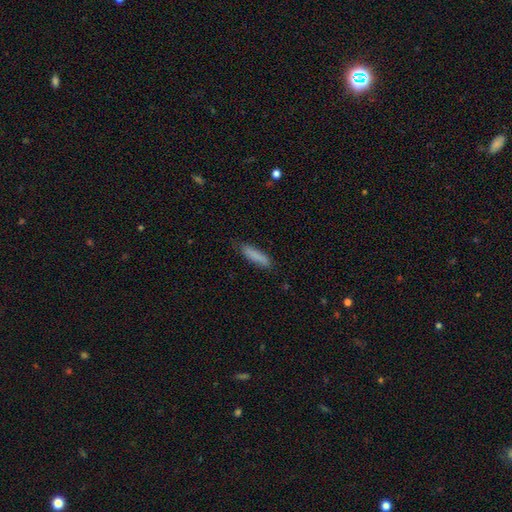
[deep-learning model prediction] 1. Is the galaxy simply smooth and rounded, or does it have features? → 84% smooth, 9% featured or disk, 7% star or artifact.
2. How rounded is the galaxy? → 78% cigar-shaped, 21% in between, 1% round.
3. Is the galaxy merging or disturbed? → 81% none, 15% minor disturbance, 3% major disturbance, 1% merger.